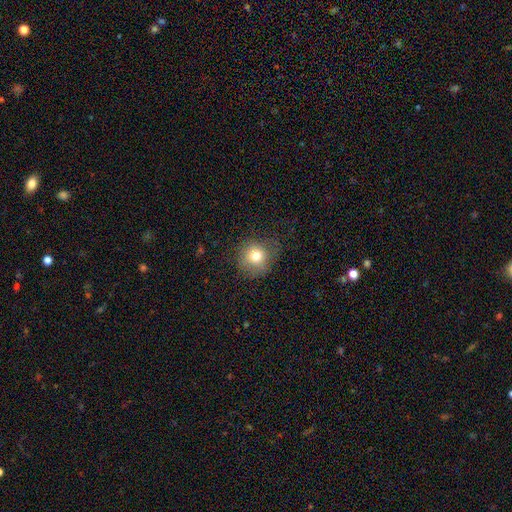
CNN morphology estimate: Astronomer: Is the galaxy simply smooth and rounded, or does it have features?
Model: smooth — 77%.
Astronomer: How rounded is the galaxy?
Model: round — 85%.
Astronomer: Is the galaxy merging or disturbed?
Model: none — 71%.